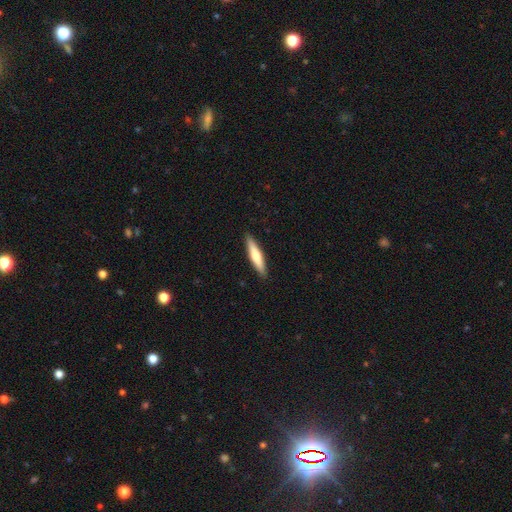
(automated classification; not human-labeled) Q: Smooth or featured?
A: smooth (60%); runner-up: featured or disk (35%)
Q: How rounded?
A: cigar-shaped (86%); runner-up: in between (12%)
Q: Merging?
A: none (91%); runner-up: minor disturbance (7%)